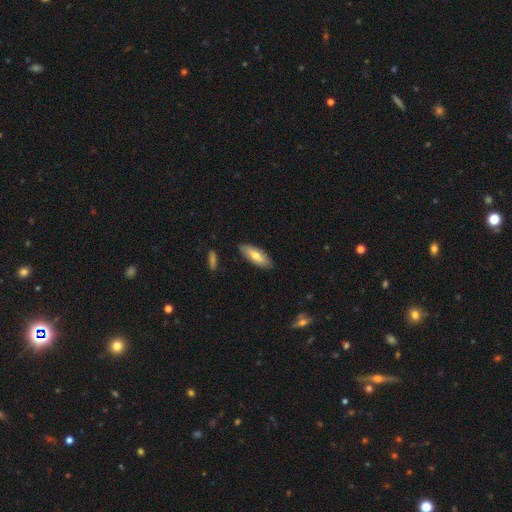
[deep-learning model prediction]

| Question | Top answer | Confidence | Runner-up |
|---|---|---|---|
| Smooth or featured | smooth | 71% | featured or disk (24%) |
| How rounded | in between | 64% | cigar-shaped (34%) |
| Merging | none | 85% | minor disturbance (11%) |